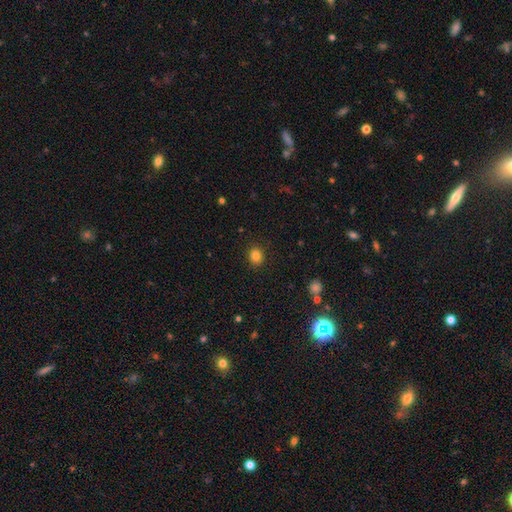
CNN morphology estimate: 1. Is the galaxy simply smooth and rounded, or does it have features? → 83% smooth, 11% star or artifact, 6% featured or disk.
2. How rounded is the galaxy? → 67% round, 33% in between, 1% cigar-shaped.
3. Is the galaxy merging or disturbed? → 90% none, 7% minor disturbance, 2% major disturbance, 1% merger.